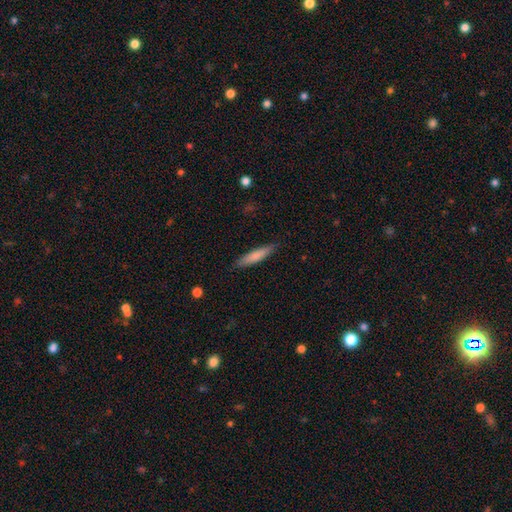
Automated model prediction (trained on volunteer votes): Q: Smooth or featured?
A: smooth (78%); runner-up: featured or disk (16%)
Q: How rounded?
A: cigar-shaped (86%); runner-up: in between (13%)
Q: Merging?
A: none (87%); runner-up: minor disturbance (10%)